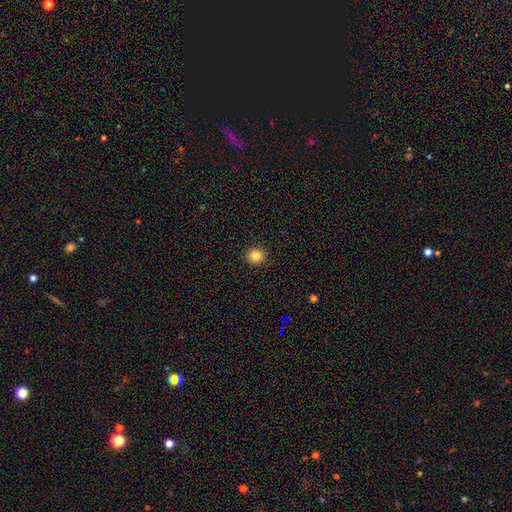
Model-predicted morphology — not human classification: Smooth or featured? smooth (85%)
How rounded? round (89%)
Merging? none (92%)